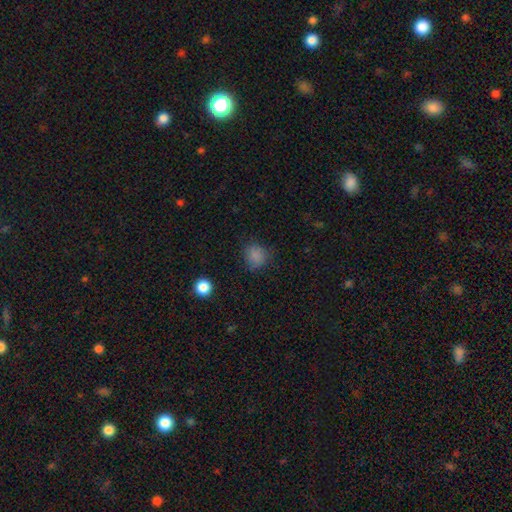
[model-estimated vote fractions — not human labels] A smooth galaxy with no disk features (81%) that is round (79%). Merging: none (74%).